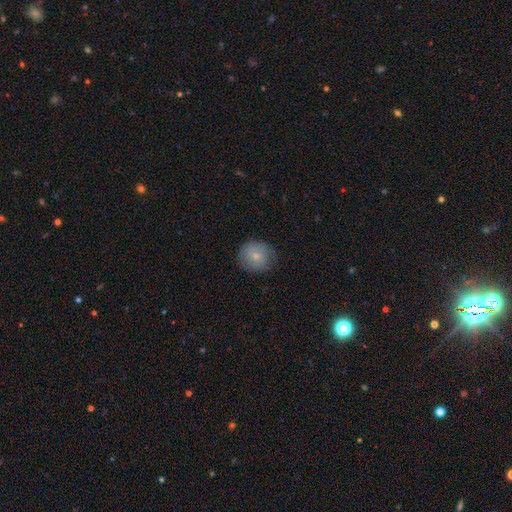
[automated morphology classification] Smooth or featured? Predicted: smooth (p=0.69). How rounded? Predicted: round (p=0.86). Merging? Predicted: none (p=0.77).